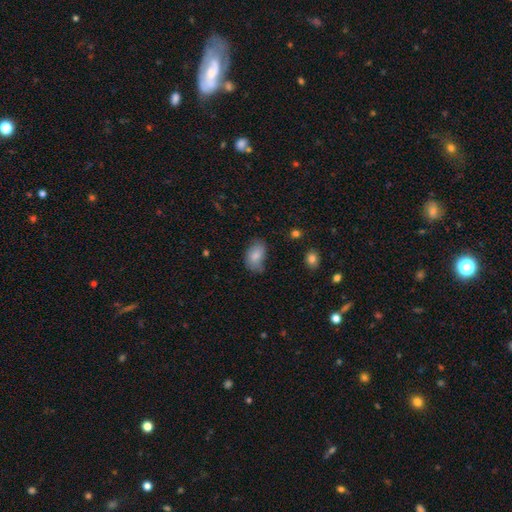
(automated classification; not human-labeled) Overall: smooth (79%). How rounded: in between (89%). Merging: none (58%; minor disturbance 31%).